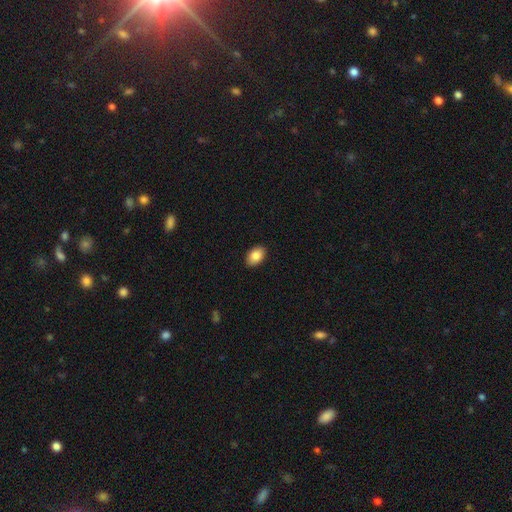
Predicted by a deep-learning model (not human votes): Smooth or featured? smooth (85%)
How rounded? in between (87%)
Merging? none (90%)